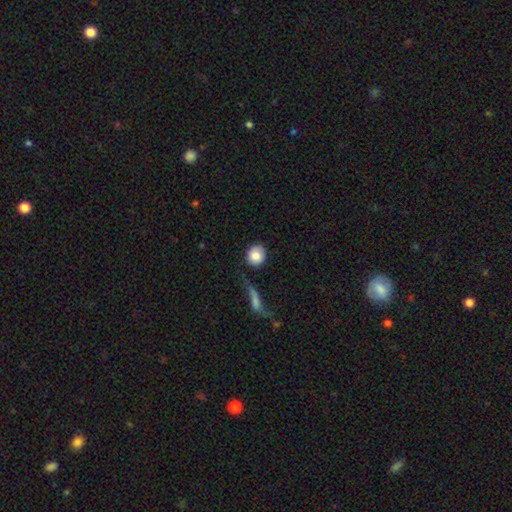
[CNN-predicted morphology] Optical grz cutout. It shows a smooth galaxy with no disk features (83%) that is round (83%). Merging: none (76%).